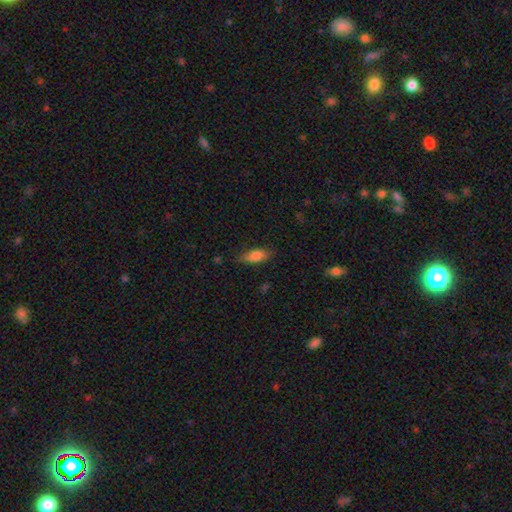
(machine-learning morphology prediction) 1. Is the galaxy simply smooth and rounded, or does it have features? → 81% smooth, 11% featured or disk, 8% star or artifact.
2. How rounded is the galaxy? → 77% in between, 20% cigar-shaped, 3% round.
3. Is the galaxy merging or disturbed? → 76% none, 18% minor disturbance, 4% major disturbance, 1% merger.